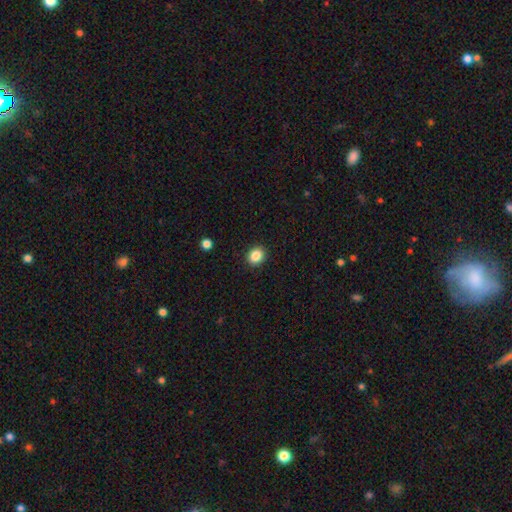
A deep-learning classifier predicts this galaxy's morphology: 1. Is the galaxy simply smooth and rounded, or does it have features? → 86% smooth, 10% star or artifact, 4% featured or disk.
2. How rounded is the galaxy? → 71% round, 28% in between, 1% cigar-shaped.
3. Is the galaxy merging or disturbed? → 91% none, 6% minor disturbance, 2% major disturbance, 1% merger.